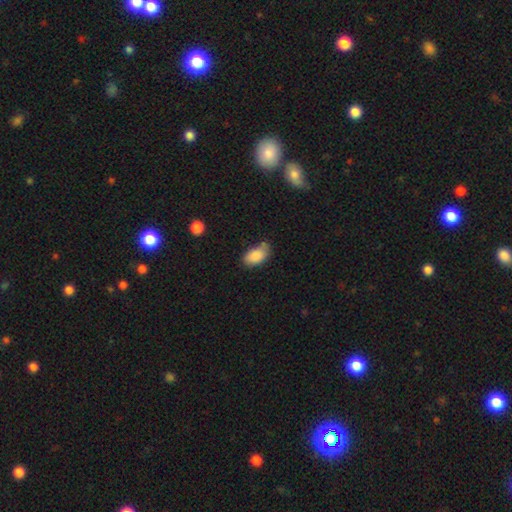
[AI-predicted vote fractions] Smooth or featured?
  - smooth: 87% *
  - star or artifact: 7%
  - featured or disk: 6%
How rounded?
  - in between: 93% *
  - round: 5%
  - cigar-shaped: 2%
Merging?
  - none: 62% *
  - minor disturbance: 27%
  - merger: 6%
  - major disturbance: 5%